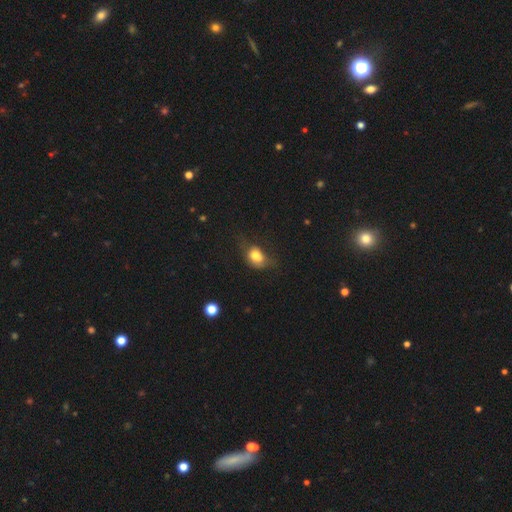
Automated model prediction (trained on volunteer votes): A smooth galaxy with no disk features (77%) that is in between round and cigar-shaped (63%).

Vote fractions:
- Smooth or featured? smooth: 77% / featured or disk: 13% / star or artifact: 10%
- How rounded? in between: 63% / round: 35% / cigar-shaped: 2%
- Merging? none: 39% / minor disturbance: 32% / major disturbance: 26% / merger: 3%